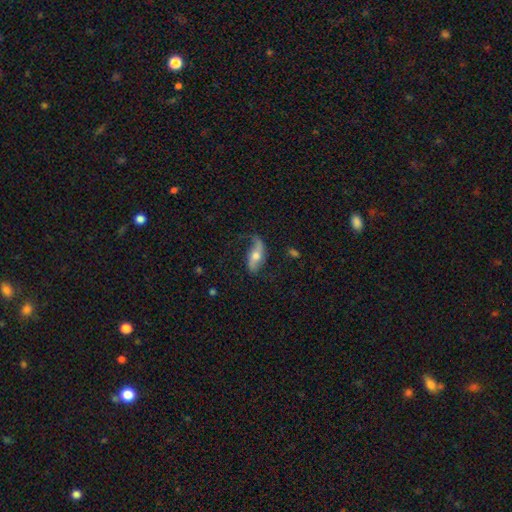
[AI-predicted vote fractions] Morphology: type=featured or disk (62%); edge-on=no (82%); bar=no (51%); spiral arms=yes (85%); bulge=moderate (67%); merging=none (62%).